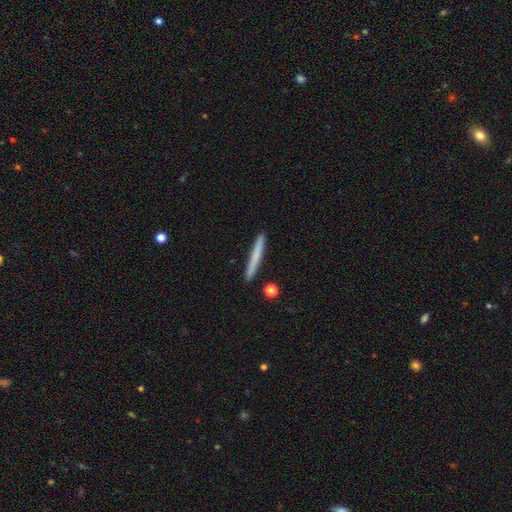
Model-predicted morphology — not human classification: Smooth or featured: smooth — 69% (featured or disk — 26%)
How rounded: cigar-shaped — 97% (in between — 2%)
Merging: none — 90% (minor disturbance — 6%)